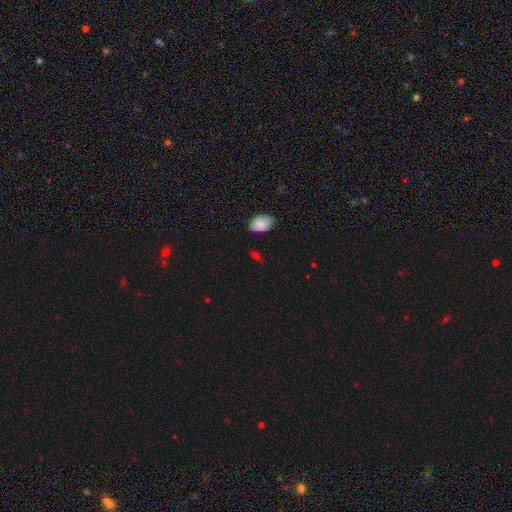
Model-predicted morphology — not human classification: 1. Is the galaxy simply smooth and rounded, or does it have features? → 71% smooth, 18% star or artifact, 11% featured or disk.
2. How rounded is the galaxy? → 78% in between, 15% round, 7% cigar-shaped.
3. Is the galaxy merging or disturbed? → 75% none, 17% minor disturbance, 5% major disturbance, 3% merger.